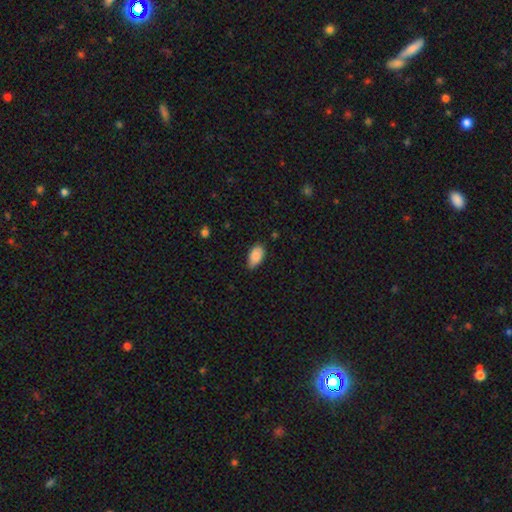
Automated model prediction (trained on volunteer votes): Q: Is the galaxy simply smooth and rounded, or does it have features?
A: smooth — 87%.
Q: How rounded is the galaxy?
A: in between — 94%.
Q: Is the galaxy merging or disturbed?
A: none — 75%.